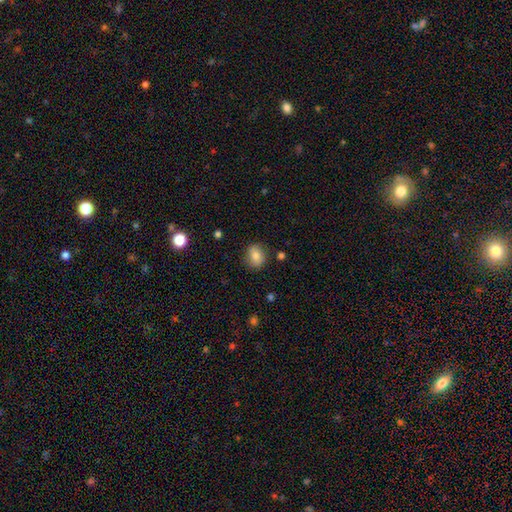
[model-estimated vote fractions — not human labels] smooth_or_featured: smooth (p=0.82) [alt: featured or disk p=0.09]
how_rounded: round (p=0.55) [alt: in between p=0.44]
merging: none (p=0.81) [alt: minor disturbance p=0.14]